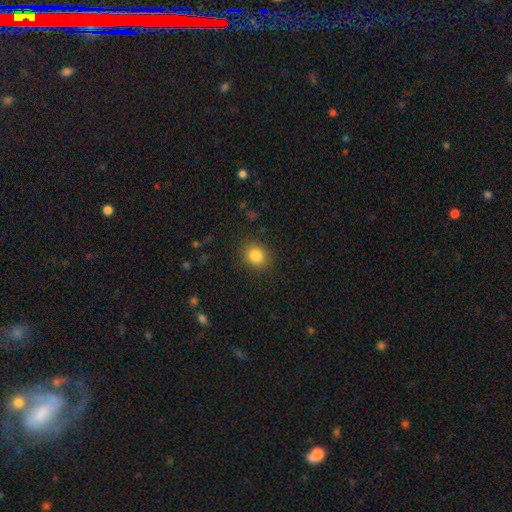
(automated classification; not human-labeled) A smooth galaxy with no disk features (84%) that is round (74%). Merging: none (88%).